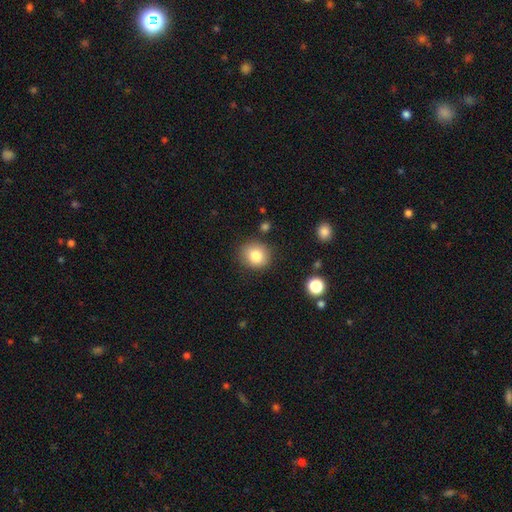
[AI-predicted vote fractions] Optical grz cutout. It shows a smooth galaxy with no disk features (83%) that is round (80%). Merging: none (85%).